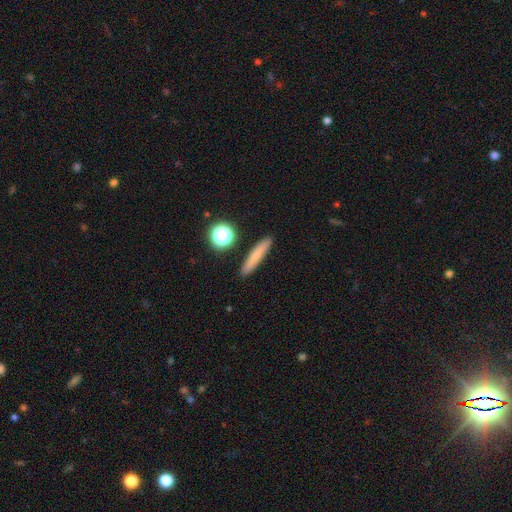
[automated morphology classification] Smooth or featured?
  - smooth: 71% *
  - featured or disk: 19%
  - star or artifact: 10%
How rounded?
  - cigar-shaped: 88% *
  - in between: 7%
  - round: 4%
Merging?
  - none: 90% *
  - minor disturbance: 6%
  - merger: 2%
  - major disturbance: 2%